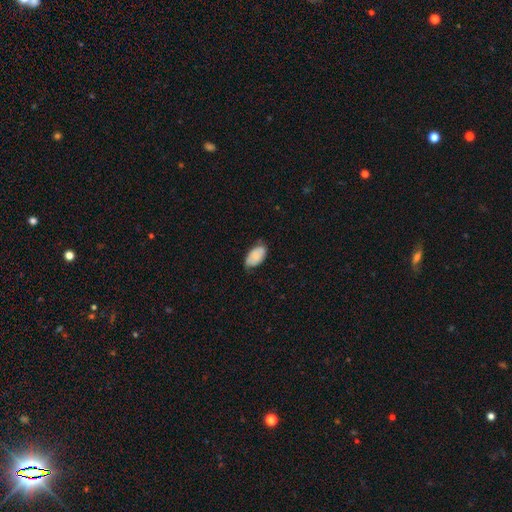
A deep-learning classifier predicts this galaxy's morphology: A smooth galaxy with no disk features (80%) that is in between round and cigar-shaped (95%). Merging: none (60%).